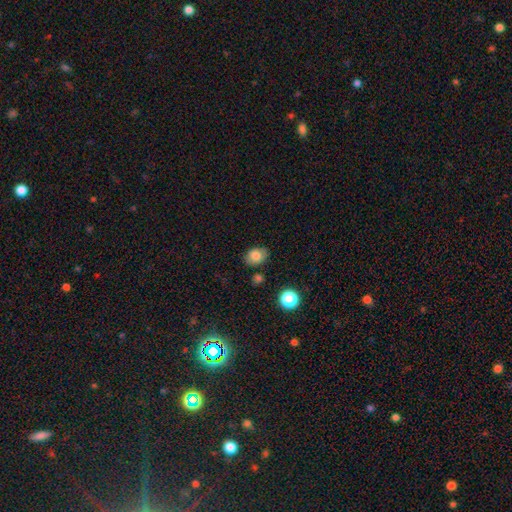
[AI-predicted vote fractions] Morphology: type=smooth (78%); roundness=in between (72%); merging=none (80%).